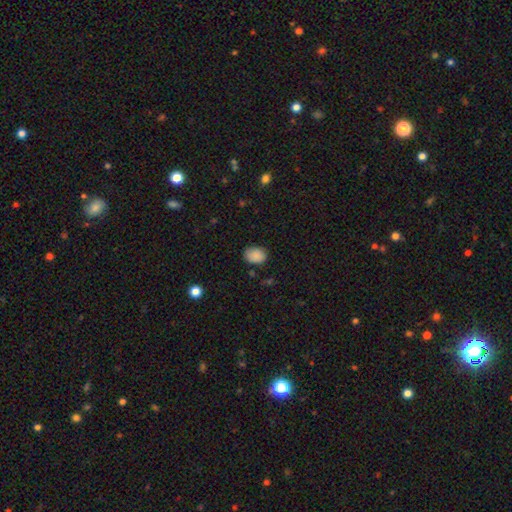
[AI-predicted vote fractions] smooth 88%, star or artifact 8%, featured or disk 4%. Down the decision tree: how rounded — in between (68%); merging — none (79%).